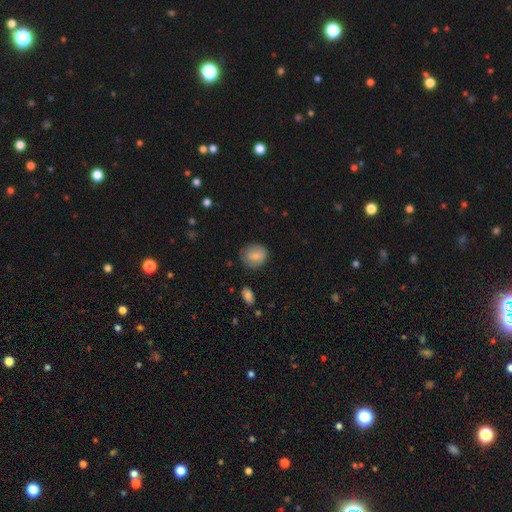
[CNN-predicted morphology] Smooth or featured? Predicted: smooth (p=0.74). How rounded? Predicted: round (p=0.67). Merging? Predicted: none (p=0.71).